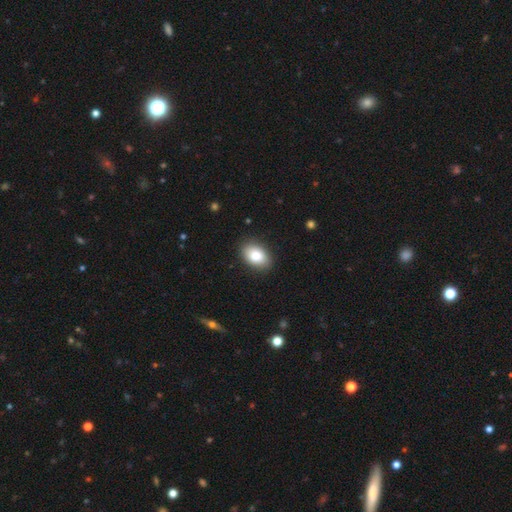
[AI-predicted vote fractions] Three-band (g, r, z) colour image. It shows a smooth galaxy with no disk features (84%) that is in between round and cigar-shaped (87%). Merging: none (88%).